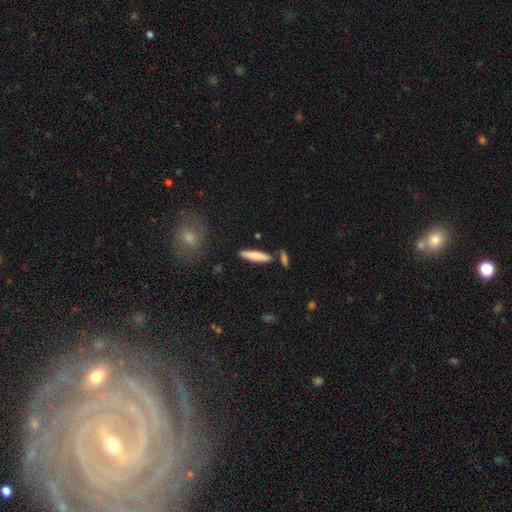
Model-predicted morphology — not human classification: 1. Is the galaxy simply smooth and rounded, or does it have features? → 76% smooth, 18% featured or disk, 6% star or artifact.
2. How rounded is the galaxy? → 84% cigar-shaped, 14% in between, 2% round.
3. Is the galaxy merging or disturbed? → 81% none, 10% minor disturbance, 8% merger, 2% major disturbance.